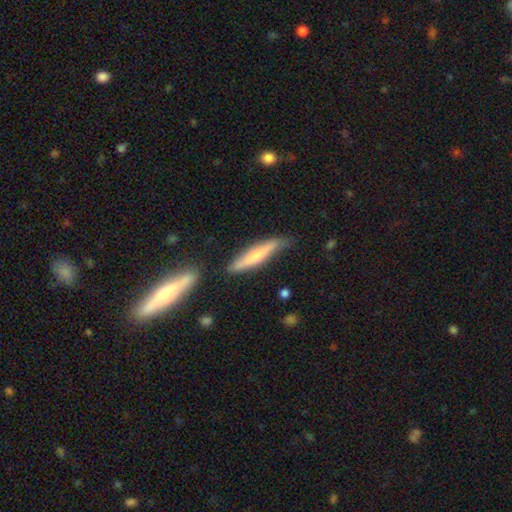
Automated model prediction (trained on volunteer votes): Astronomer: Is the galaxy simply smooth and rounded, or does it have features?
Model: smooth — 56% (runner-up: featured or disk, 39%).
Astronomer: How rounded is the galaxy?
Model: cigar-shaped — 89%.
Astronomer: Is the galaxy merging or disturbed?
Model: none — 69%.